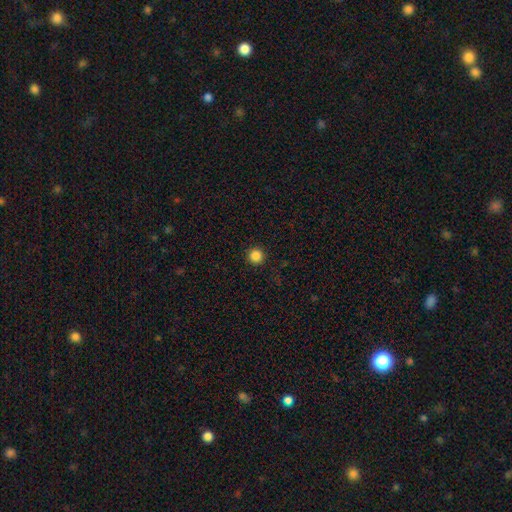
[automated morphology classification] Q: Smooth or featured?
A: smooth (85%); runner-up: star or artifact (11%)
Q: How rounded?
A: round (96%); runner-up: in between (3%)
Q: Merging?
A: none (93%); runner-up: minor disturbance (5%)